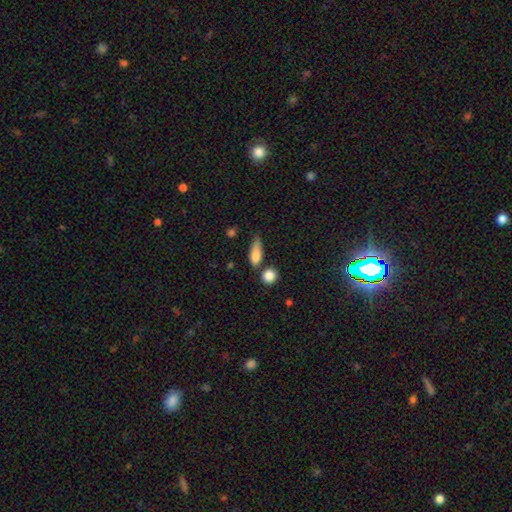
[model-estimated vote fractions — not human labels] Q: Smooth or featured?
A: smooth (81%); runner-up: featured or disk (11%)
Q: How rounded?
A: in between (59%); runner-up: cigar-shaped (32%)
Q: Merging?
A: none (43%); runner-up: minor disturbance (33%)